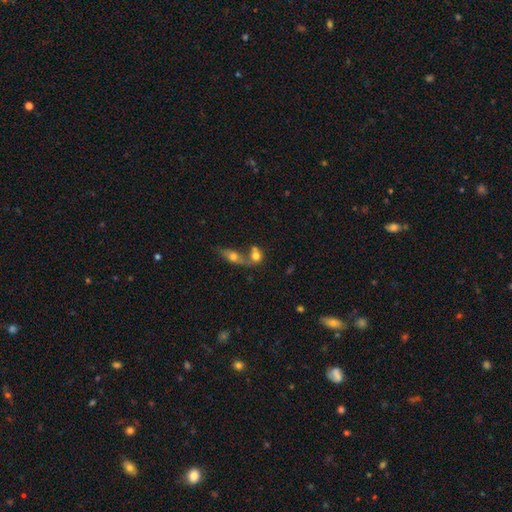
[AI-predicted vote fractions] smooth 71%, featured or disk 19%, star or artifact 10%. Down the decision tree: how rounded — round (50%); merging — merger (65%).